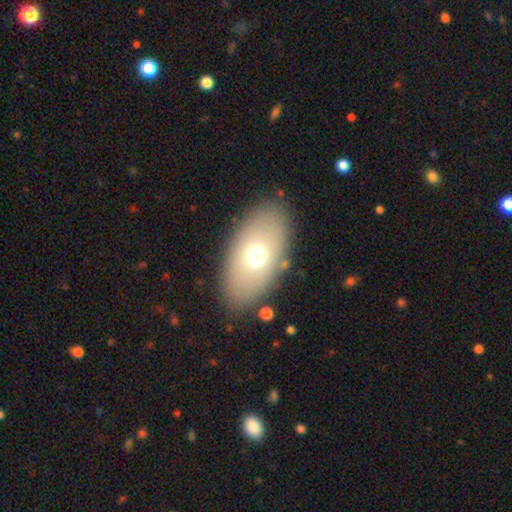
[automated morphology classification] The model was most divided on "smooth or featured": smooth: 67%, featured or disk: 24%, star or artifact: 9%. More confident: how rounded — in between (90%); merging — none (84%).